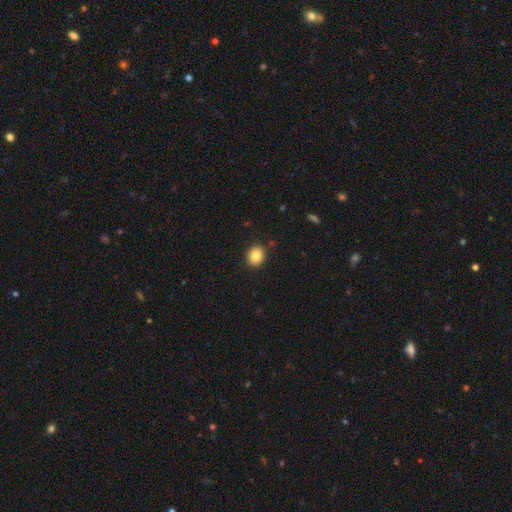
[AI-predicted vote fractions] Smooth or featured? Predicted: smooth (p=0.85). How rounded? Predicted: round (p=0.63). Merging? Predicted: none (p=0.89).